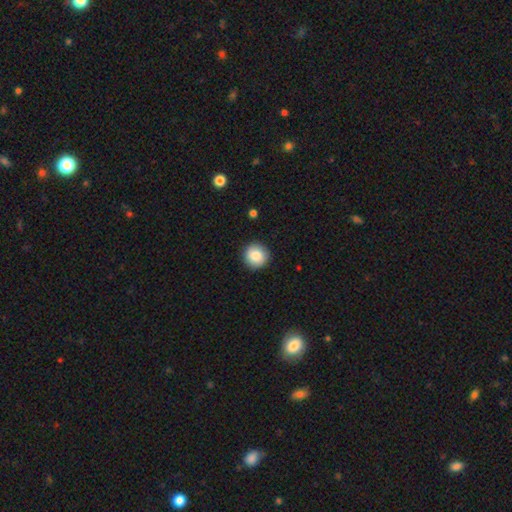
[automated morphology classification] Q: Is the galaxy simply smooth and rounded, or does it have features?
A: smooth — 86%.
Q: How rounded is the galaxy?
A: round — 94%.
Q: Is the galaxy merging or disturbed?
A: none — 91%.